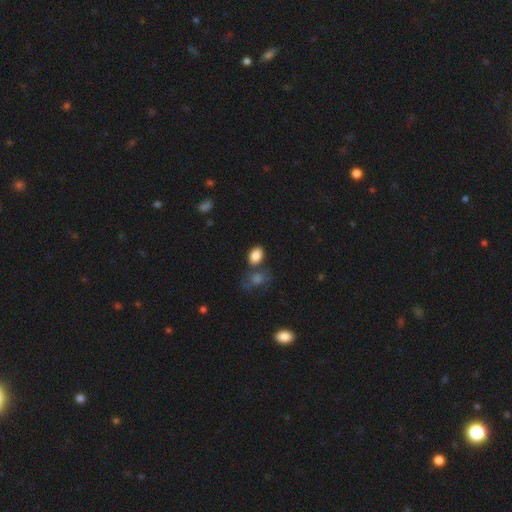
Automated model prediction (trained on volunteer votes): A smooth galaxy with no disk features (86%) that is in between round and cigar-shaped (83%).

Vote fractions:
- Smooth or featured? smooth: 86% / star or artifact: 8% / featured or disk: 6%
- How rounded? in between: 83% / round: 16% / cigar-shaped: 1%
- Merging? none: 61% / merger: 19% / minor disturbance: 15% / major disturbance: 5%